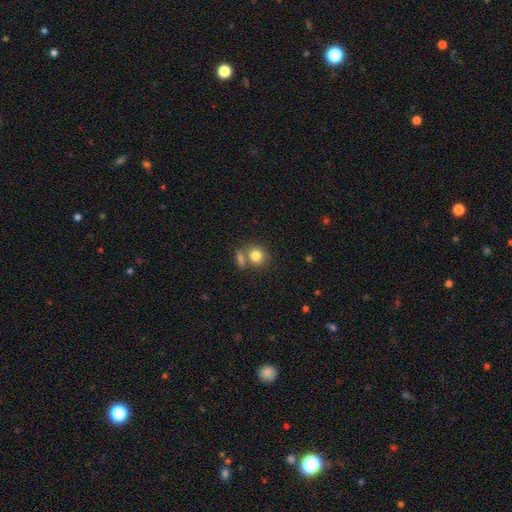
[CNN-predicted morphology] Smooth or featured?
  - smooth: 82% *
  - star or artifact: 9%
  - featured or disk: 9%
How rounded?
  - round: 75% *
  - in between: 24%
  - cigar-shaped: 1%
Merging?
  - none: 55% *
  - merger: 30%
  - minor disturbance: 11%
  - major disturbance: 4%